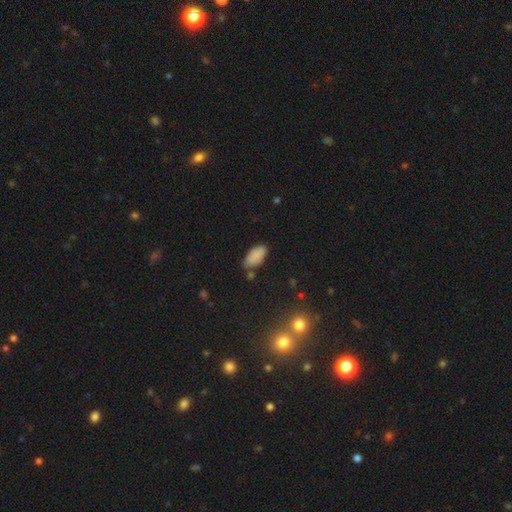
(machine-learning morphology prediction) The model was most divided on "merging": none: 71%, minor disturbance: 20%, merger: 4%, major disturbance: 4%. More confident: how rounded — in between (91%); smooth or featured — smooth (86%).